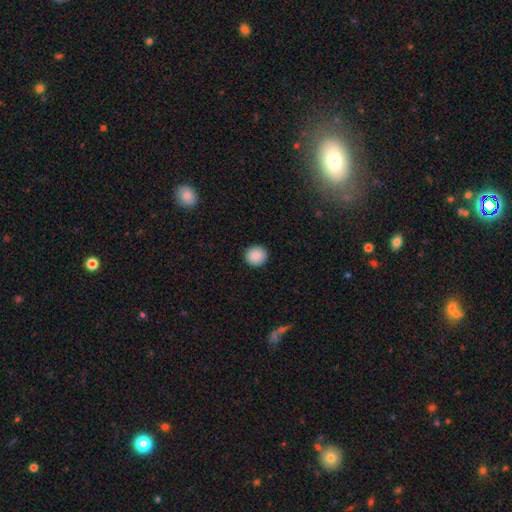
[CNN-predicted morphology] Smooth or featured: smooth — 88% (star or artifact — 8%)
How rounded: round — 92% (in between — 7%)
Merging: none — 93% (minor disturbance — 5%)